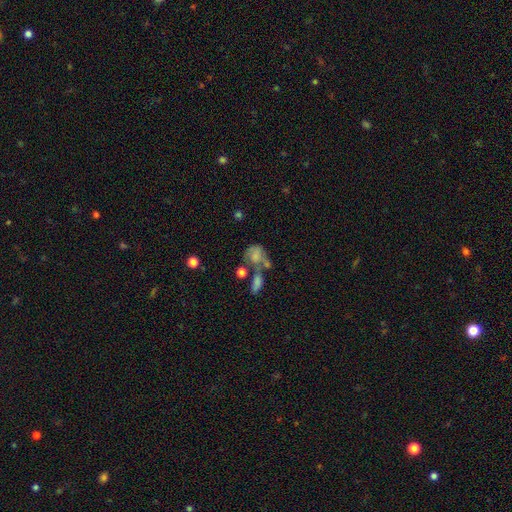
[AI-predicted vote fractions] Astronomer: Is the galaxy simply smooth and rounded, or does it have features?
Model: smooth — 64%.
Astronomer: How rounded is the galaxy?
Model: round — 49%, tied with in between at 49%.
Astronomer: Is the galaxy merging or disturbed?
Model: merger — 40% (runner-up: none, 27%).